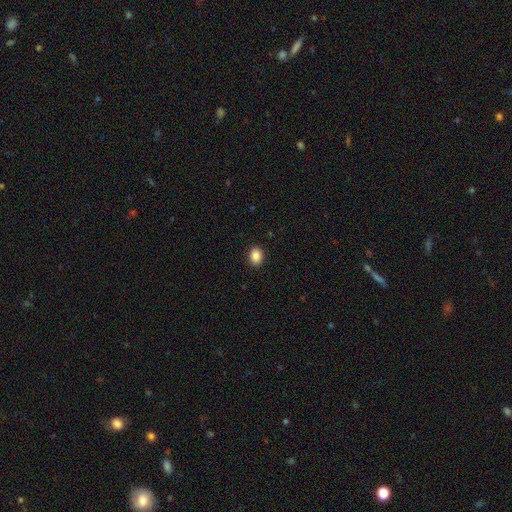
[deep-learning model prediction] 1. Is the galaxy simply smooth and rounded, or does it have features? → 88% smooth, 9% star or artifact, 3% featured or disk.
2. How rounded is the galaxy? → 67% in between, 33% round, 1% cigar-shaped.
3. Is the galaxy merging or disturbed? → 91% none, 7% minor disturbance, 2% major disturbance, 1% merger.